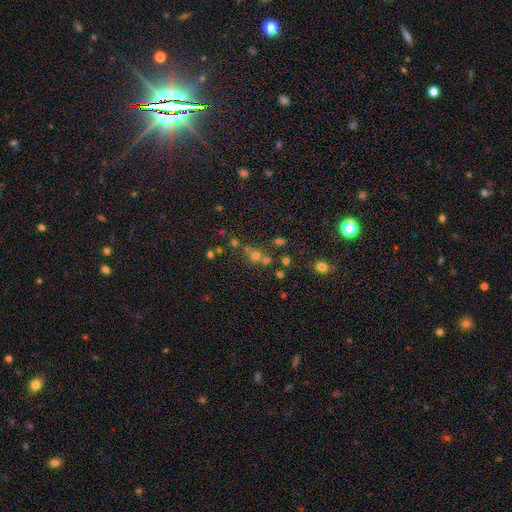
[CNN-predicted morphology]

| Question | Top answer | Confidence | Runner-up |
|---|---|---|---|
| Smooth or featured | smooth | 60% | star or artifact (28%) |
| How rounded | round | 84% | in between (15%) |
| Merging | none | 58% | merger (28%) |